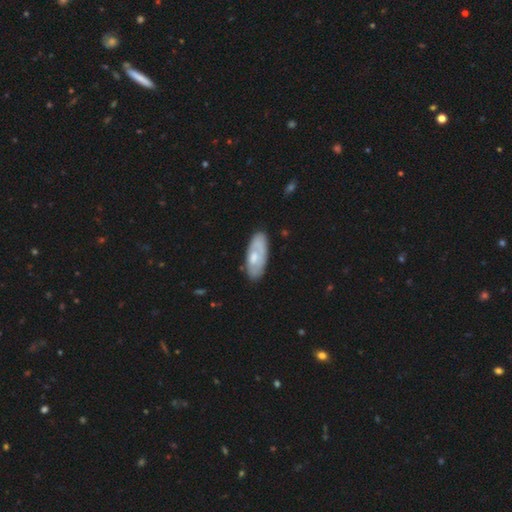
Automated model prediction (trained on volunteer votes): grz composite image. It shows a smooth galaxy with no disk features (50%). Merging: none (75%).